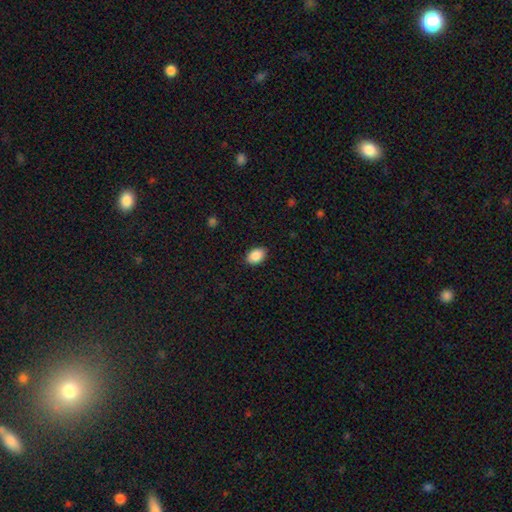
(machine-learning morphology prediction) smooth-or-featured: smooth: 90% | star or artifact: 7% | featured or disk: 3%
  how-rounded: in between: 85% | round: 14% | cigar-shaped: 1%
  merging: none: 88% | minor disturbance: 9% | major disturbance: 2% | merger: 1%